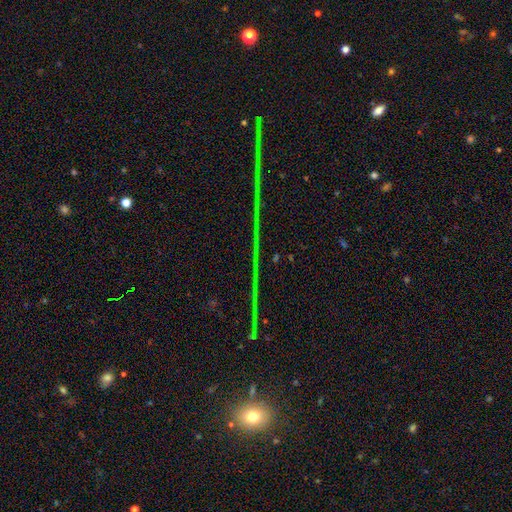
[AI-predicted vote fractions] Overall: star or artifact (82%).